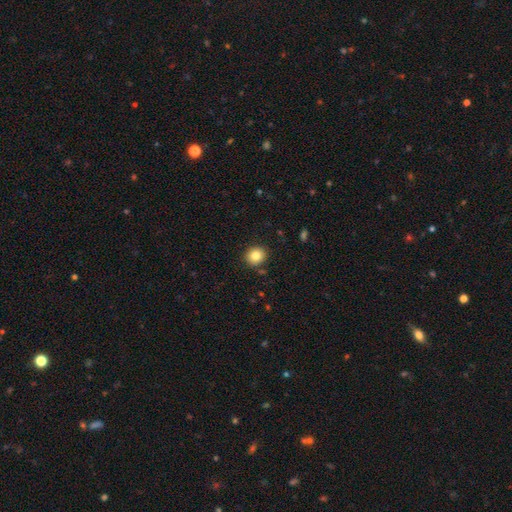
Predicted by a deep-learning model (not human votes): Smooth or featured: smooth — 83% (star or artifact — 10%)
How rounded: round — 83% (in between — 16%)
Merging: none — 89% (minor disturbance — 7%)